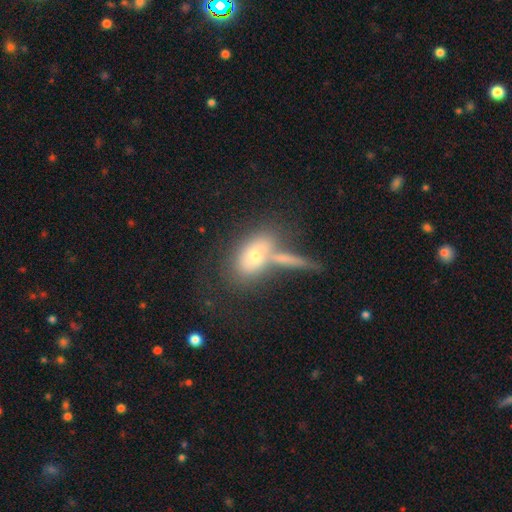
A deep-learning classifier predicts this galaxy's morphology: This is likely a smooth galaxy (63%). How rounded: likely in between (78%). Merging: marginally none (41%).